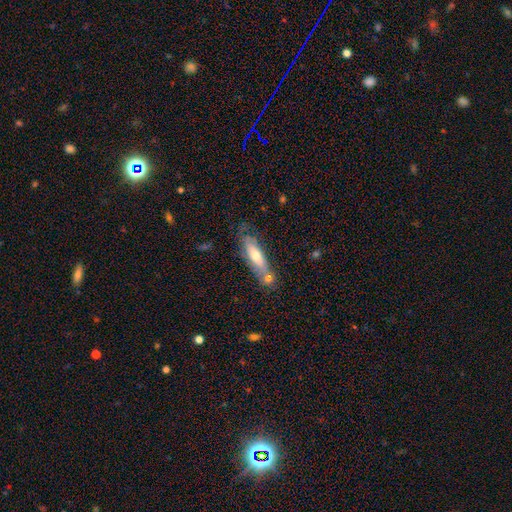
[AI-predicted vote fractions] Smooth or featured: smooth — 52% (featured or disk — 42%)
How rounded: cigar-shaped — 59% (in between — 39%)
Merging: none — 56% (minor disturbance — 19%)